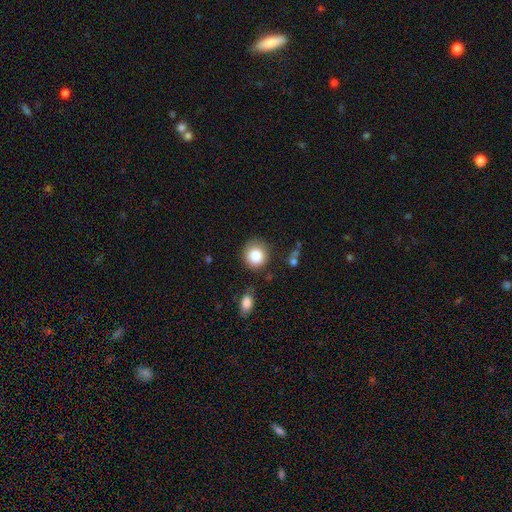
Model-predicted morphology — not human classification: smooth-or-featured: smooth: 85% | star or artifact: 9% | featured or disk: 6%
  how-rounded: round: 88% | in between: 11% | cigar-shaped: 1%
  merging: none: 77% | minor disturbance: 15% | major disturbance: 4% | merger: 4%